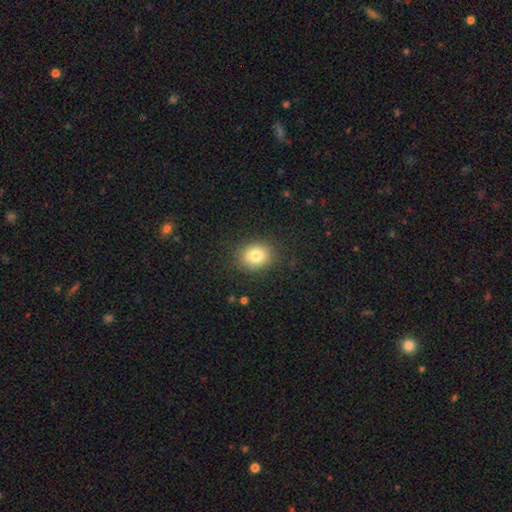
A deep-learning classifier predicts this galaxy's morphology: A smooth galaxy with no disk features (80%) that is round (56%). Merging: none (84%).